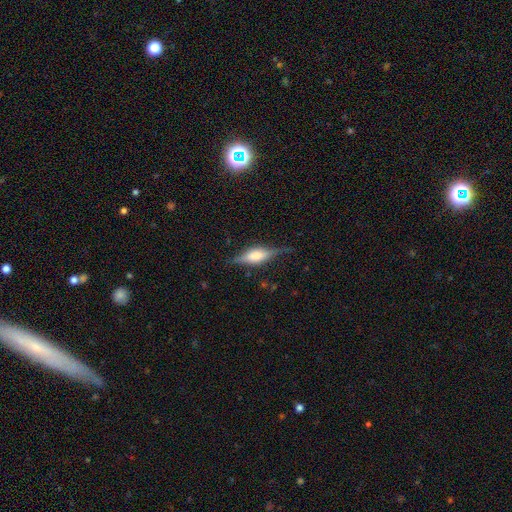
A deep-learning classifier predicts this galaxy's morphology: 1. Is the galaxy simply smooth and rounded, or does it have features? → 59% featured or disk, 34% smooth, 7% star or artifact.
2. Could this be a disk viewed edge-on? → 94% yes, 6% no.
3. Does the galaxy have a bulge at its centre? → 67% rounded, 29% boxy, 4% none.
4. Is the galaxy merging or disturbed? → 74% none, 18% minor disturbance, 6% major disturbance, 2% merger.